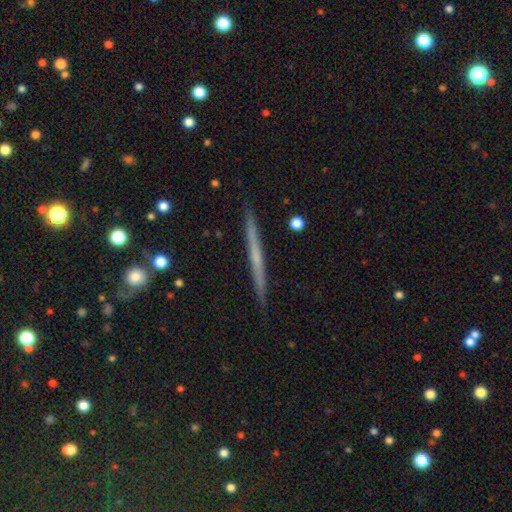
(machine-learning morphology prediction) Smooth or featured? Predicted: featured or disk (p=0.59). Edge-on disk? Predicted: yes (p=0.98). Edge-on bulge? Predicted: none (p=0.81). Merging? Predicted: none (p=0.92).